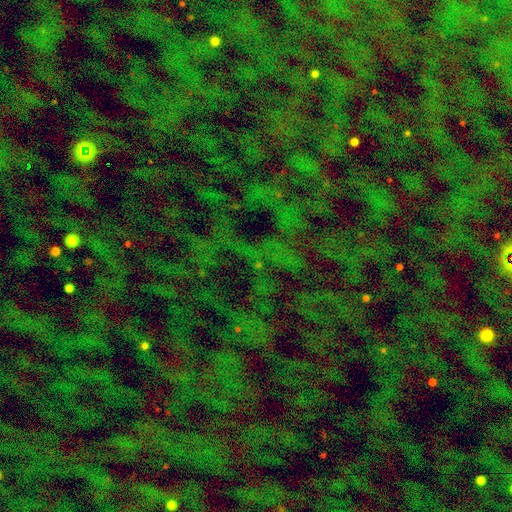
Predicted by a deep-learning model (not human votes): This appears to be a star or artifact, not a galaxy (73%).